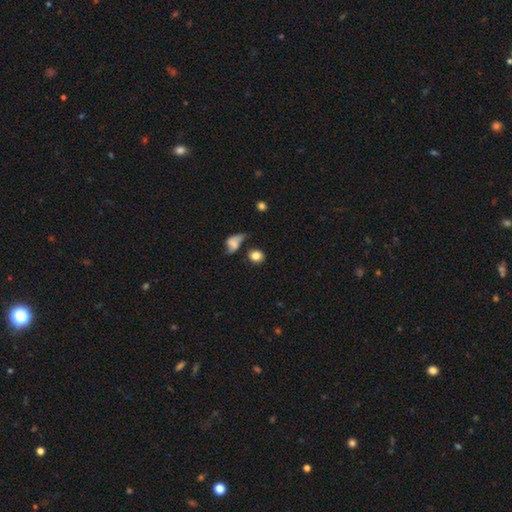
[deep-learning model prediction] This appears to be a smooth galaxy with no disk features (82%) that is round (72%). Merging: none (66%).